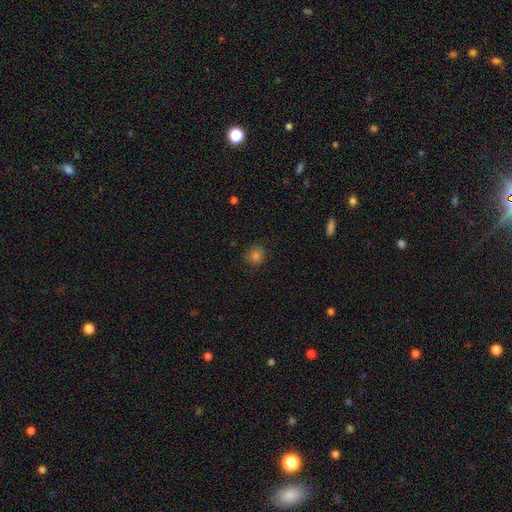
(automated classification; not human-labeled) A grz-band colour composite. It shows a smooth galaxy with no disk features (79%) that is round (85%). Merging: none (83%).